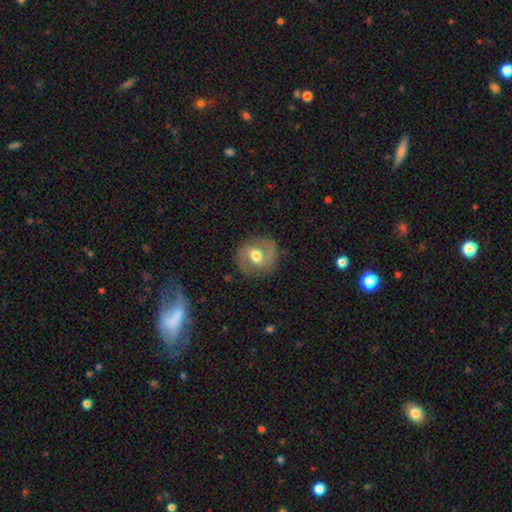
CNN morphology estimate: The model was most divided on "bar": weak: 49%, no: 34%, strong: 17%. More confident: edge-on disk — no (97%); merging — none (81%); spiral arms — yes (80%); bulge size — moderate (72%); smooth or featured — featured or disk (63%).